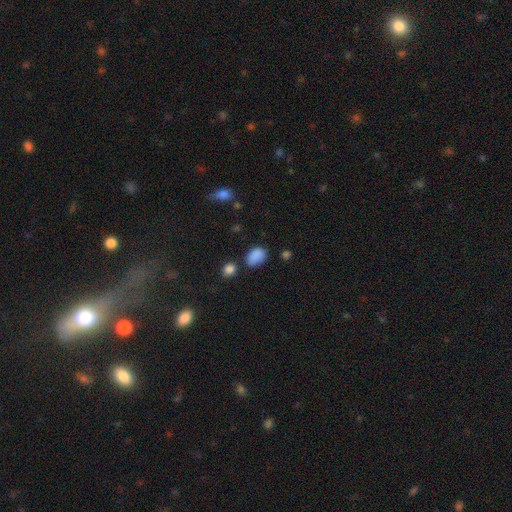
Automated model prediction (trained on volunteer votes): Q: Smooth or featured?
A: smooth (85%); runner-up: star or artifact (10%)
Q: How rounded?
A: in between (76%); runner-up: round (23%)
Q: Merging?
A: none (61%); runner-up: minor disturbance (26%)